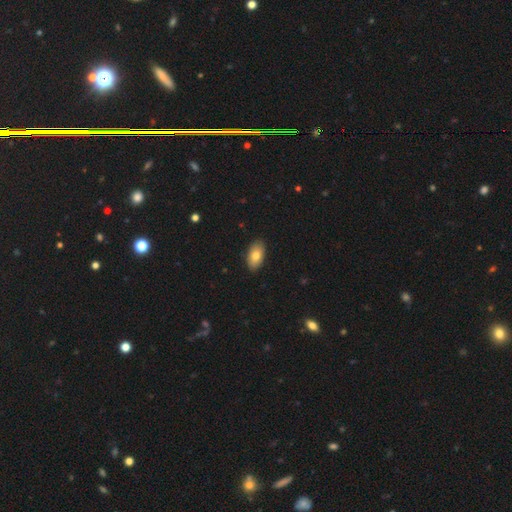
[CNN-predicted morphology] A smooth galaxy with no disk features (79%) that is in between round and cigar-shaped (94%).

Vote fractions:
- Smooth or featured? smooth: 79% / featured or disk: 15% / star or artifact: 6%
- How rounded? in between: 94% / round: 4% / cigar-shaped: 2%
- Merging? none: 89% / minor disturbance: 9% / major disturbance: 2% / merger: 1%